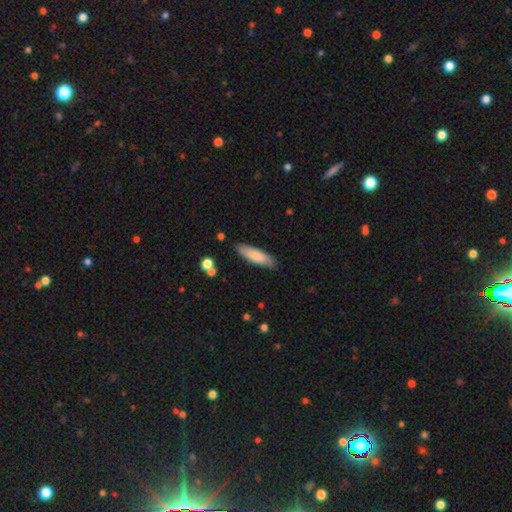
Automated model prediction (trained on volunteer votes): Morphology: type=smooth (79%); roundness=cigar-shaped (59%); merging=none (84%).